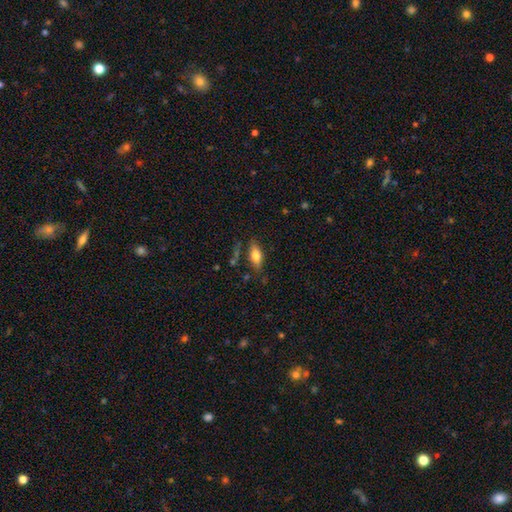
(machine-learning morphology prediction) This appears to be a smooth galaxy with no disk features (74%) that is in between round and cigar-shaped (78%). Merging: none (74%).